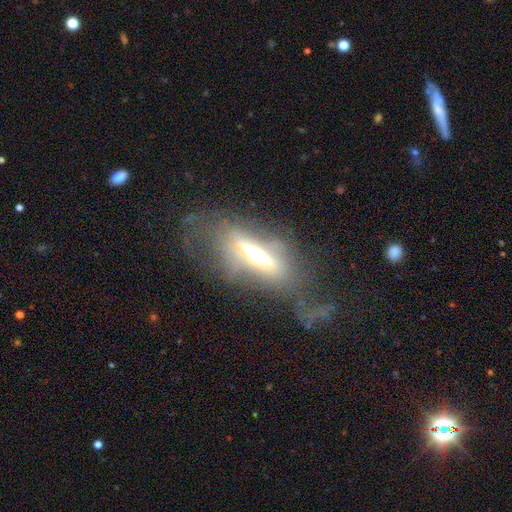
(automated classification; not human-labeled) The model was most divided on "merging": none: 46%, major disturbance: 32%, minor disturbance: 17%, merger: 4%. More confident: edge-on disk — yes (71%); smooth or featured — featured or disk (60%).